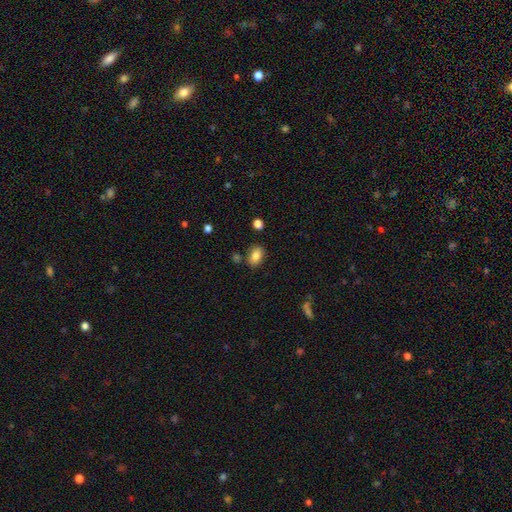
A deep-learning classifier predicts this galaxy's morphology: A smooth galaxy with no disk features (84%) that is in between round and cigar-shaped (85%). Merging: none (81%).